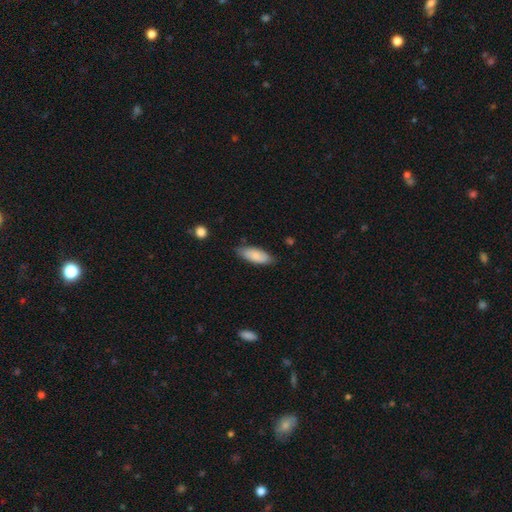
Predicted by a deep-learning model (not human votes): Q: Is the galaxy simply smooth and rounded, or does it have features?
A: smooth — 83%.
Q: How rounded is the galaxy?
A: in between — 79%.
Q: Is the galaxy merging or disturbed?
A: none — 79%.